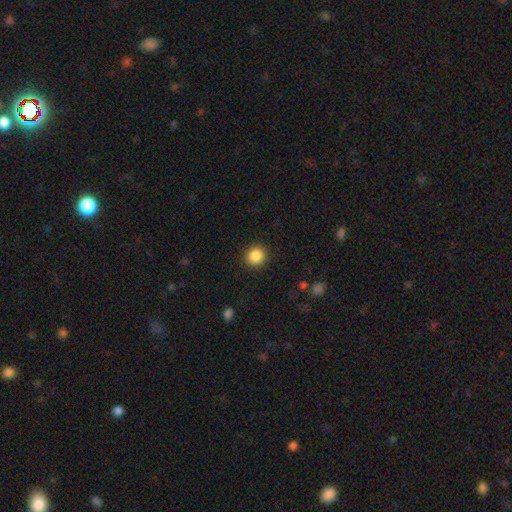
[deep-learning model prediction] Smooth or featured? Predicted: smooth (p=0.87). How rounded? Predicted: round (p=0.89). Merging? Predicted: none (p=0.91).